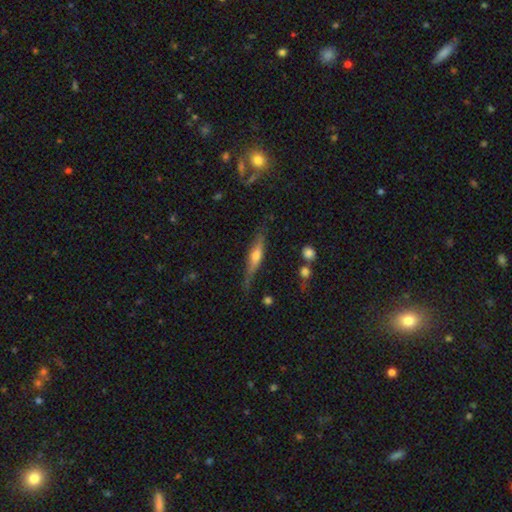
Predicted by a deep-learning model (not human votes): smooth-or-featured: featured or disk: 62% | smooth: 30% | star or artifact: 7%
  disk-edge-on: yes: 94% | no: 6%
    edge-on-bulge: rounded: 81% | boxy: 11% | none: 9%
  merging: none: 75% | minor disturbance: 18% | major disturbance: 5% | merger: 3%